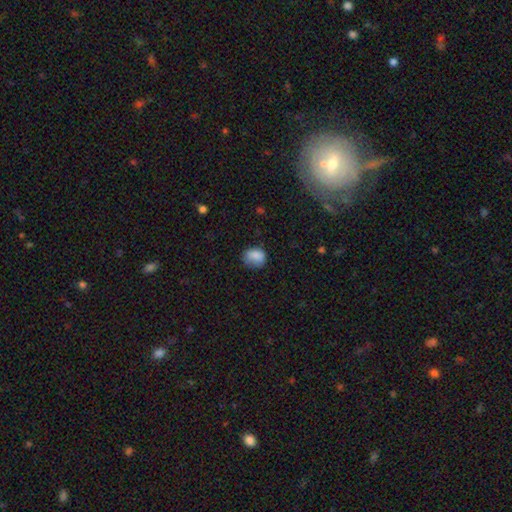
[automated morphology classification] The model was most divided on "how rounded": round: 51%, in between: 47%, cigar-shaped: 1%. More confident: smooth or featured — smooth (83%); merging — none (63%).